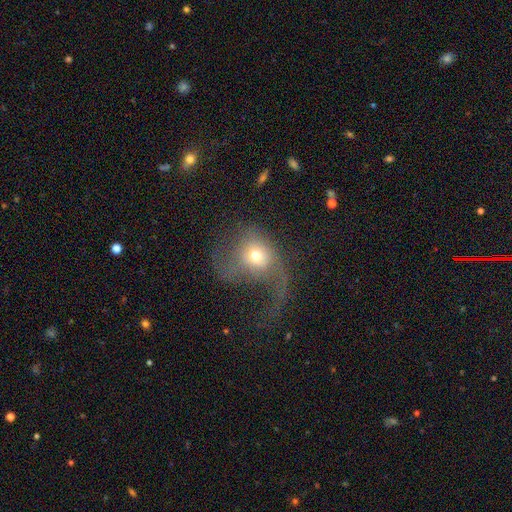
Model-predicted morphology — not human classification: smooth_or_featured: smooth (p=0.54) [alt: featured or disk p=0.35]
how_rounded: round (p=0.64) [alt: in between p=0.35]
merging: major disturbance (p=0.68) [alt: none p=0.16]